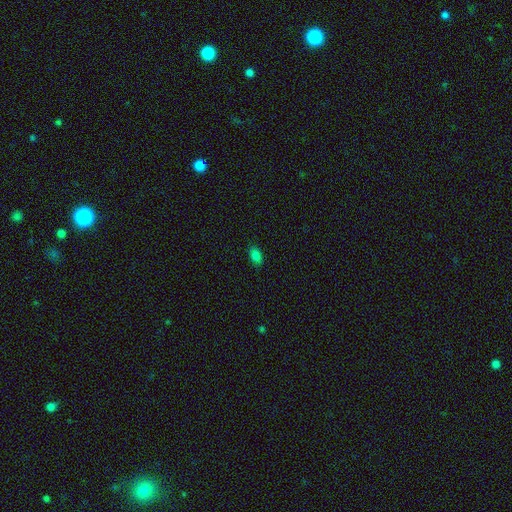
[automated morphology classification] type=smooth (82%); roundness=in between (89%); merging=none (87%).